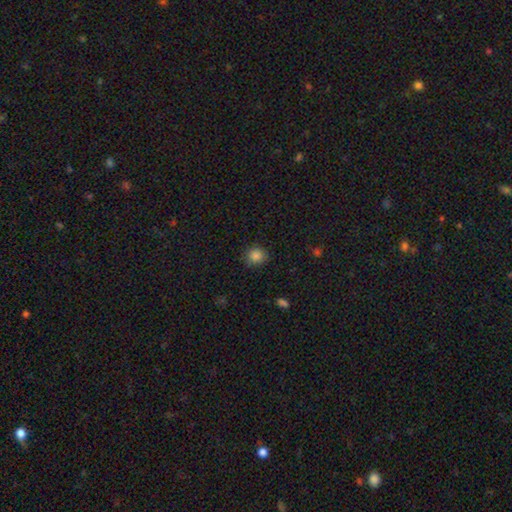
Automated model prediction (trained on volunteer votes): Smooth or featured? smooth (85%)
How rounded? round (83%)
Merging? none (84%)